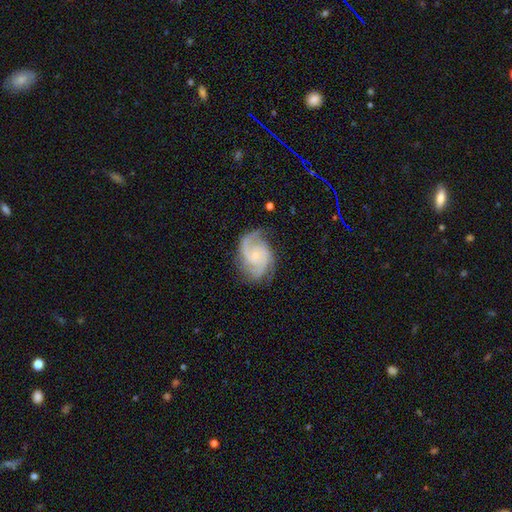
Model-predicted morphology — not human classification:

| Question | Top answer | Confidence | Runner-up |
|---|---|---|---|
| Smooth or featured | featured or disk | 90% | smooth (5%) |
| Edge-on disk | no | 98% | yes (2%) |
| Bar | no | 68% | weak (27%) |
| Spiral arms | yes | 98% | no (2%) |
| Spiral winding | medium | 52% | tight (36%) |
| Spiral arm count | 3 | 41% | 2 (32%) |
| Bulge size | small | 78% | moderate (15%) |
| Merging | none | 73% | minor disturbance (18%) |